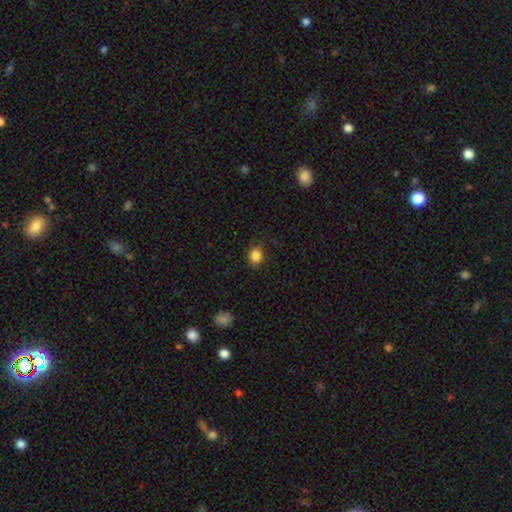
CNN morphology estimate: Overall: smooth (86%). How rounded: round (63%; in between 36%). Merging: none (86%).